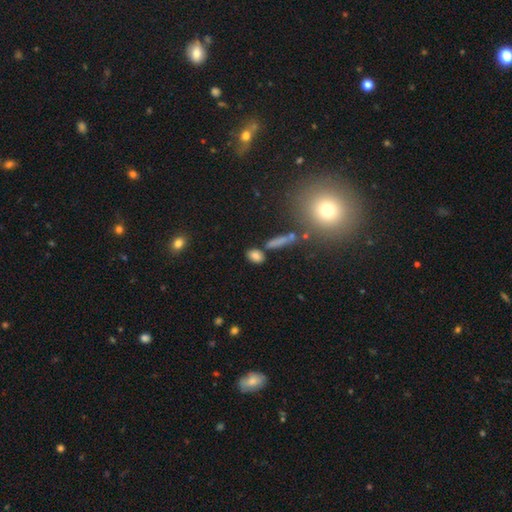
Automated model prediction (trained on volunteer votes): smooth 79%, star or artifact 11%, featured or disk 9%. Down the decision tree: how rounded — in between (73%); merging — none (66%).